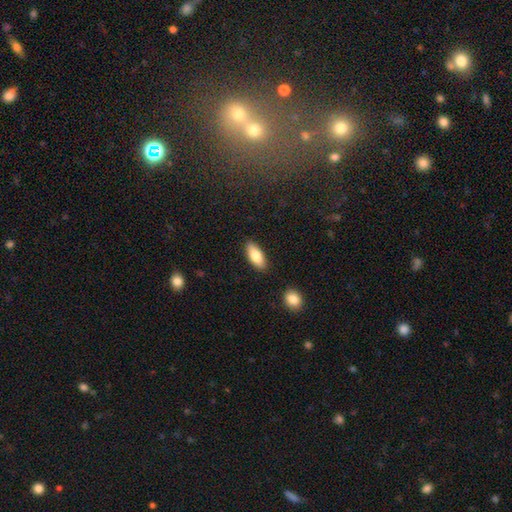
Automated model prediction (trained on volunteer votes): Q: Smooth or featured?
A: smooth (82%); runner-up: featured or disk (12%)
Q: How rounded?
A: in between (80%); runner-up: cigar-shaped (18%)
Q: Merging?
A: none (87%); runner-up: minor disturbance (9%)